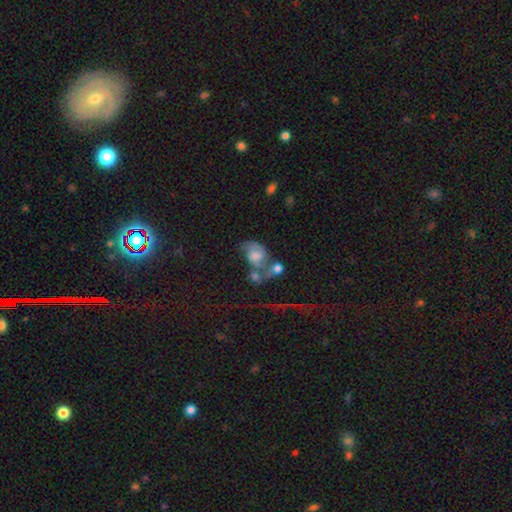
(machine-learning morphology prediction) Smooth or featured?
  - smooth: 47% *
  - featured or disk: 41%
  - star or artifact: 12%
Merging?
  - merger: 41% *
  - major disturbance: 22%
  - none: 22%
  - minor disturbance: 16%